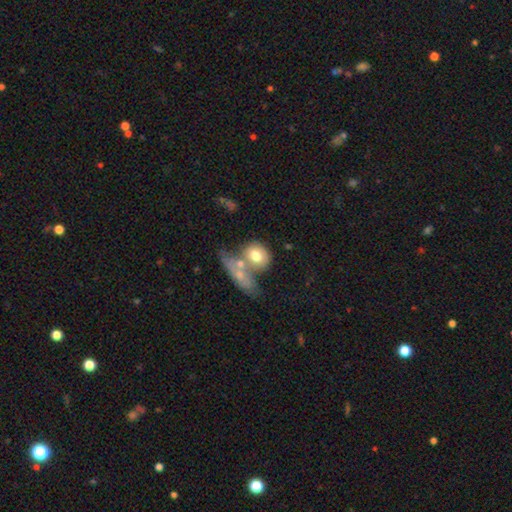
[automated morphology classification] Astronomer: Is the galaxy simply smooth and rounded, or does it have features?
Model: smooth — 68%.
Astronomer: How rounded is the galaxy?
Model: round — 59% (runner-up: in between, 38%).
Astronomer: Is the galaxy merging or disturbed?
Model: merger — 48% (runner-up: none, 28%).